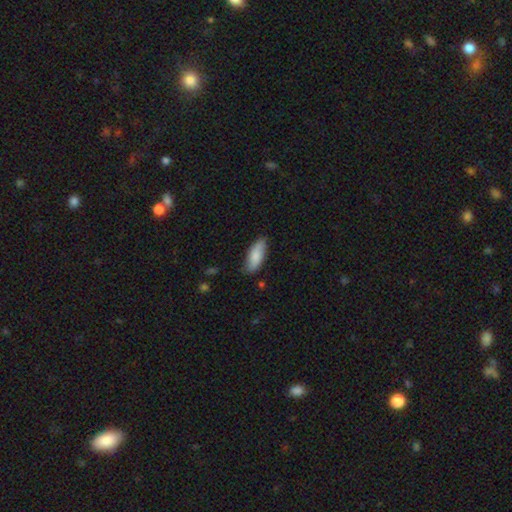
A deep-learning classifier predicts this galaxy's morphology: A smooth galaxy with no disk features (81%) that is in between round and cigar-shaped (74%).

Vote fractions:
- Smooth or featured? smooth: 81% / featured or disk: 14% / star or artifact: 6%
- How rounded? in between: 74% / cigar-shaped: 24% / round: 2%
- Merging? none: 79% / minor disturbance: 17% / major disturbance: 3% / merger: 1%